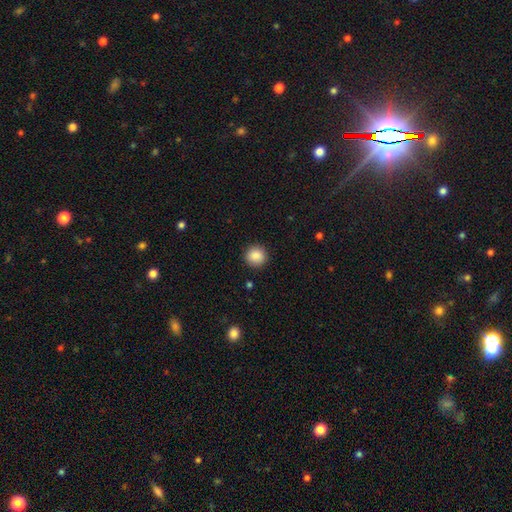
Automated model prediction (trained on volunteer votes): This appears to be a smooth galaxy with no disk features (88%) that is round (94%). Merging: none (92%).